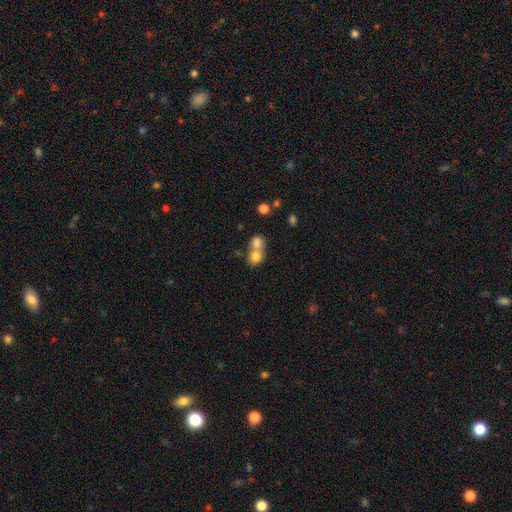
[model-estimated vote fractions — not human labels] This is likely a smooth galaxy (77%). How rounded: likely round (68%). Merging: likely merger (65%).